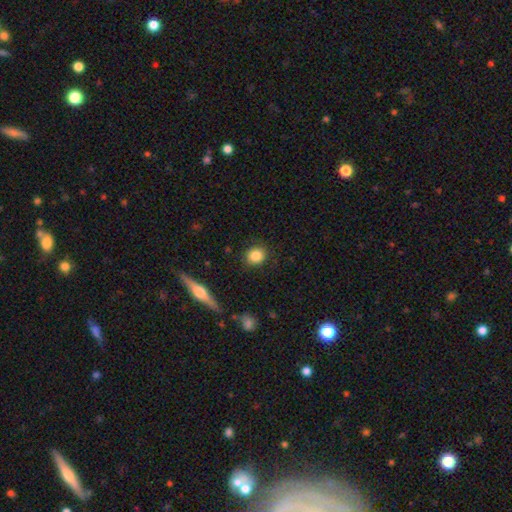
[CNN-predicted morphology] smooth_or_featured: smooth (p=0.85) [alt: star or artifact p=0.08]
how_rounded: round (p=0.80) [alt: in between p=0.18]
merging: none (p=0.88) [alt: minor disturbance p=0.08]